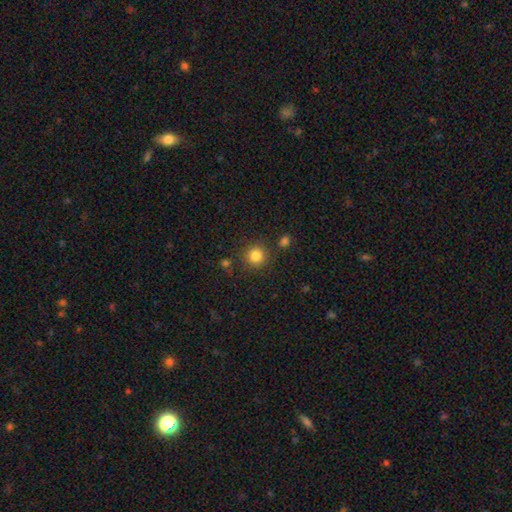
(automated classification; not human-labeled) Morphology: type=smooth (83%); roundness=round (93%); merging=none (85%).